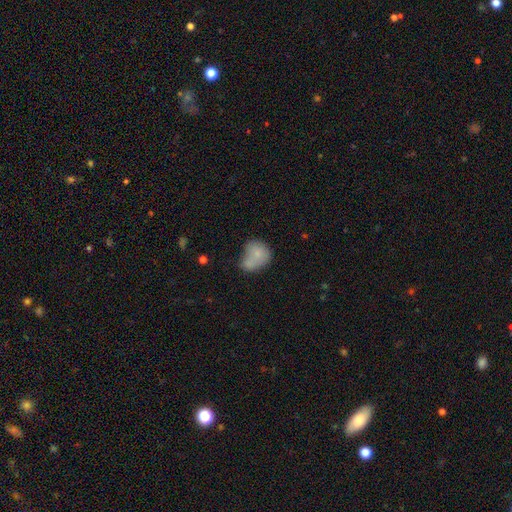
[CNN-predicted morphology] smooth-or-featured: smooth: 75% | featured or disk: 15% | star or artifact: 9%
  how-rounded: round: 60% | in between: 38% | cigar-shaped: 1%
  merging: merger: 45% | none: 29% | minor disturbance: 17% | major disturbance: 9%